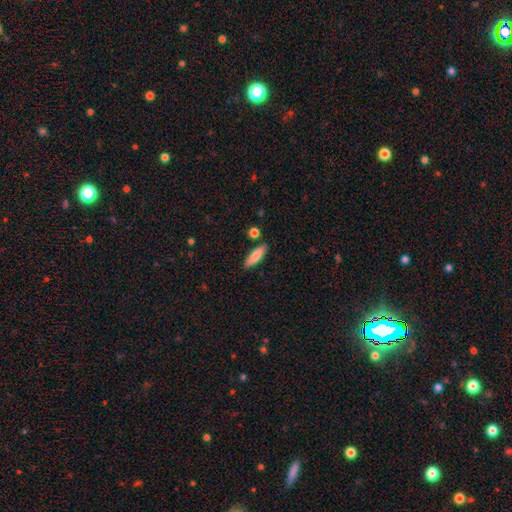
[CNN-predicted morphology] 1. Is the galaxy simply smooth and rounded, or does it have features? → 84% smooth, 10% featured or disk, 6% star or artifact.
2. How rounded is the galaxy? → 49% cigar-shaped (tied), 49% in between (tied), 2% round.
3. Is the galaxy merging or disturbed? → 85% none, 10% minor disturbance, 4% merger, 2% major disturbance.